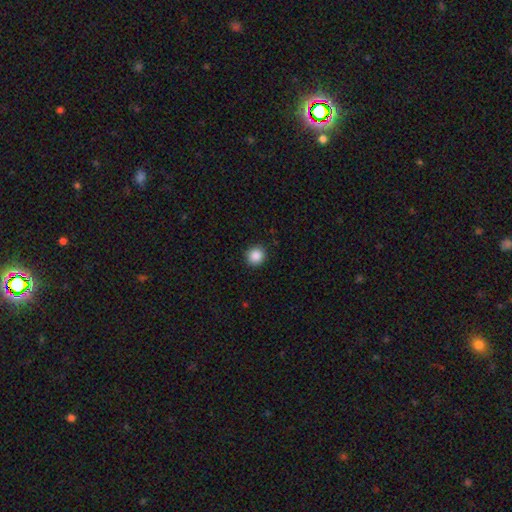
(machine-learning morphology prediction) smooth_or_featured: smooth (p=0.87) [alt: star or artifact p=0.09]
how_rounded: round (p=0.86) [alt: in between p=0.13]
merging: none (p=0.91) [alt: minor disturbance p=0.06]